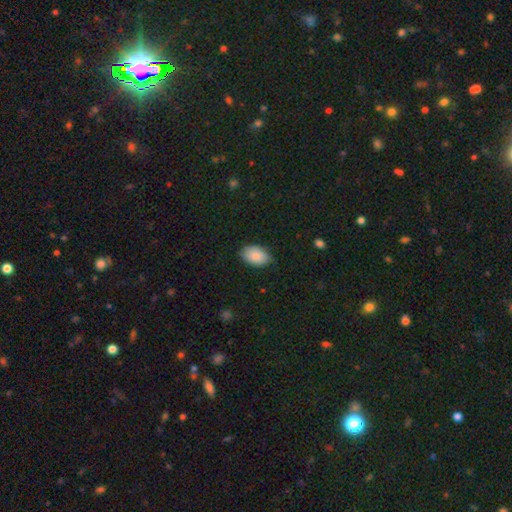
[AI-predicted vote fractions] This appears to be a smooth galaxy with no disk features (87%) that is in between round and cigar-shaped (91%). Merging: none (75%).